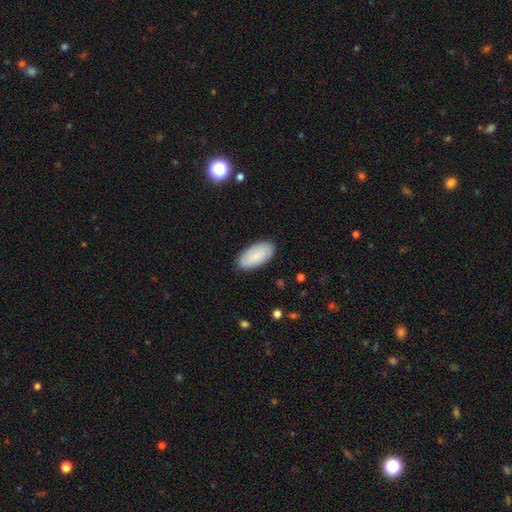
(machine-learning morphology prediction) smooth-or-featured: smooth: 80% | featured or disk: 14% | star or artifact: 6%
  how-rounded: in between: 94% | cigar-shaped: 4% | round: 2%
  merging: none: 87% | minor disturbance: 10% | major disturbance: 2% | merger: 1%